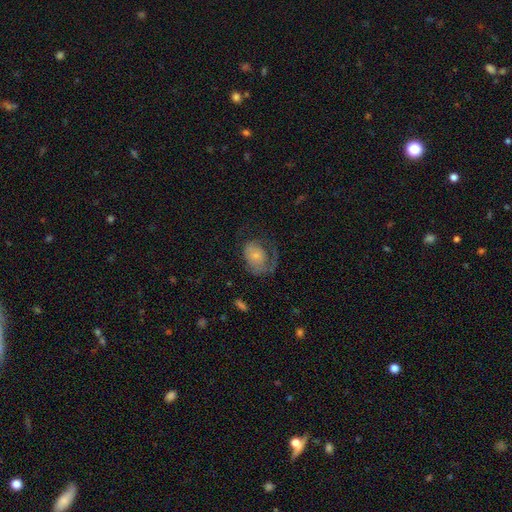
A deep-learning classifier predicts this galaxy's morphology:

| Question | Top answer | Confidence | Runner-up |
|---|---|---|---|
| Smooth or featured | smooth | 49% | featured or disk (44%) |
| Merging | major disturbance | 46% | none (31%) |